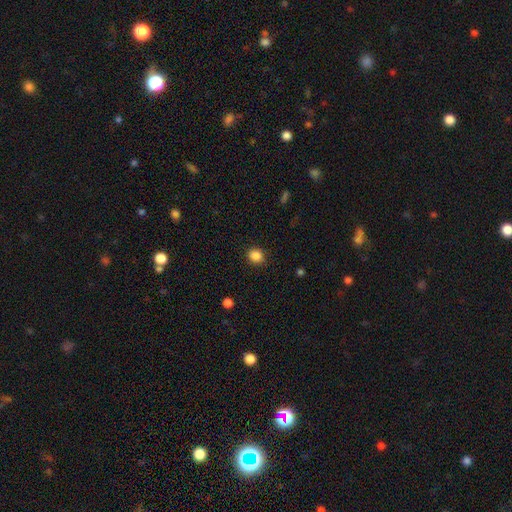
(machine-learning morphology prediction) A smooth galaxy with no disk features (86%) that is round (84%). Merging: none (89%).